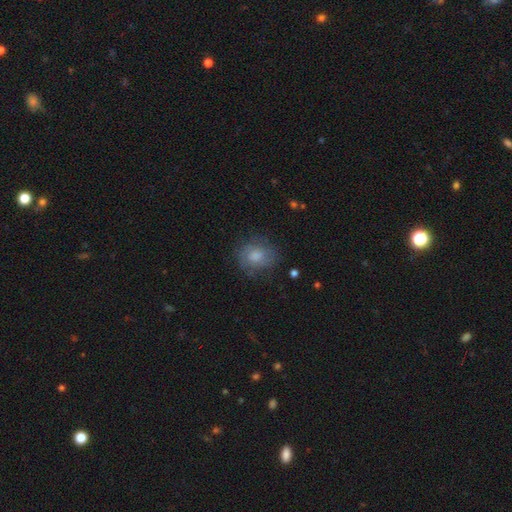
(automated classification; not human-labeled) A smooth galaxy with no disk features (62%) that is round (66%). Merging: none (65%).